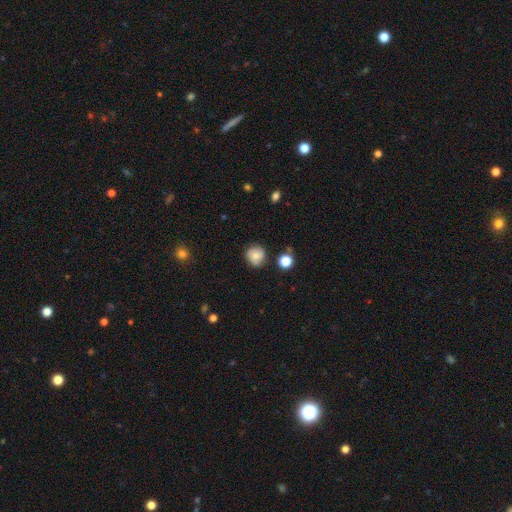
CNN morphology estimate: Overall: smooth (60%; featured or disk 30%). How rounded: round (90%). Merging: none (79%).